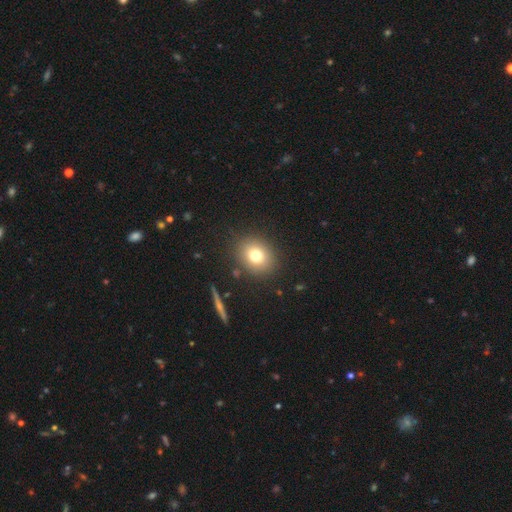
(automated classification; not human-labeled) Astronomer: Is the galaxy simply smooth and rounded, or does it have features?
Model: smooth — 75%.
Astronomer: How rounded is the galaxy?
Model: round — 65%.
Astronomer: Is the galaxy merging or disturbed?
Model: none — 86%.